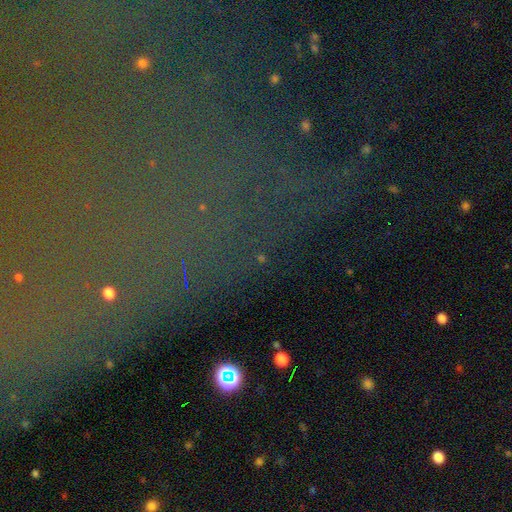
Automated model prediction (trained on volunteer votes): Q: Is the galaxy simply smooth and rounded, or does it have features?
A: star or artifact — 78%.